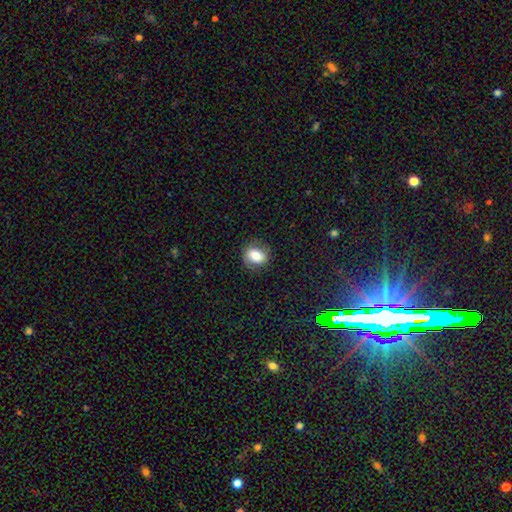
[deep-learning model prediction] A smooth galaxy with no disk features (72%) that is in between round and cigar-shaped (52%). Merging: none (82%).